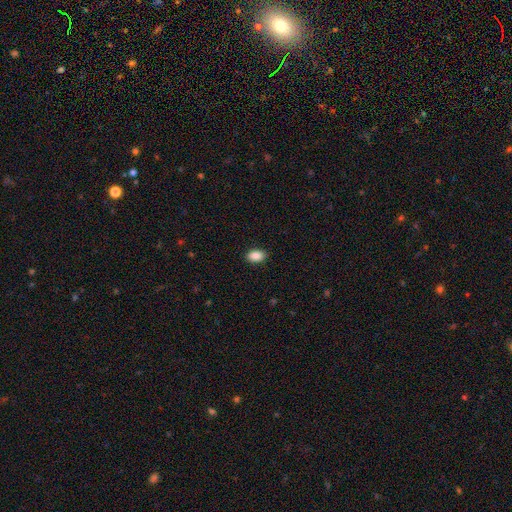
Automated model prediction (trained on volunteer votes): smooth 89%, star or artifact 8%, featured or disk 3%. Down the decision tree: how rounded — in between (88%); merging — none (89%).